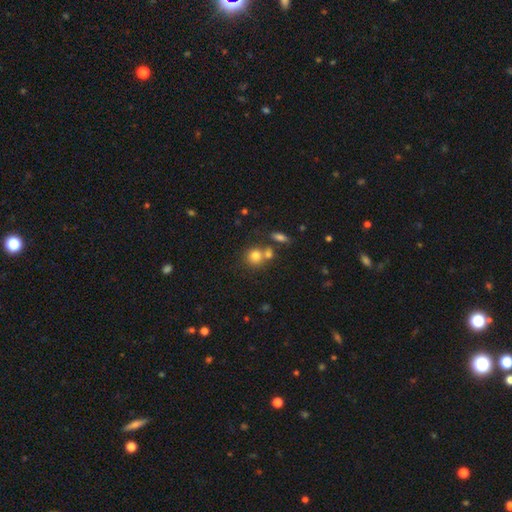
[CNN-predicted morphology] Q: Smooth or featured?
A: smooth (79%); runner-up: star or artifact (11%)
Q: How rounded?
A: round (83%); runner-up: in between (16%)
Q: Merging?
A: none (56%); runner-up: merger (29%)